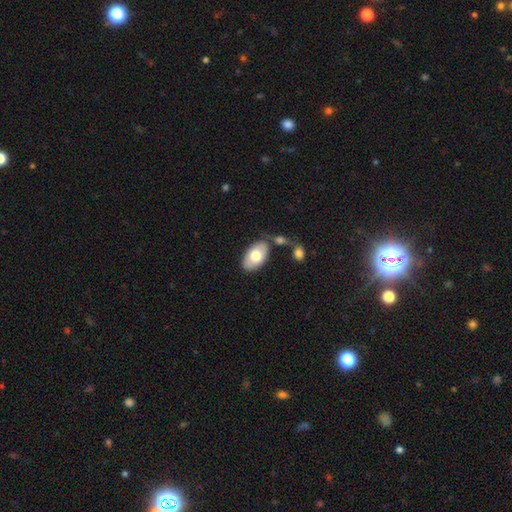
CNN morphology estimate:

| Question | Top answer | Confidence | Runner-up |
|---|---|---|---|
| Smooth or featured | smooth | 72% | featured or disk (22%) |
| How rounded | in between | 94% | round (4%) |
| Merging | none | 68% | minor disturbance (15%) |